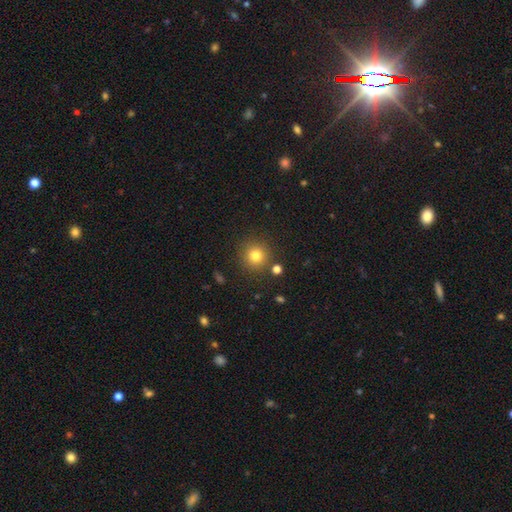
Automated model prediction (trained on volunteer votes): smooth-or-featured: smooth: 79% | star or artifact: 14% | featured or disk: 7%
  how-rounded: round: 94% | in between: 5% | cigar-shaped: 1%
  merging: none: 87% | minor disturbance: 7% | merger: 4% | major disturbance: 3%